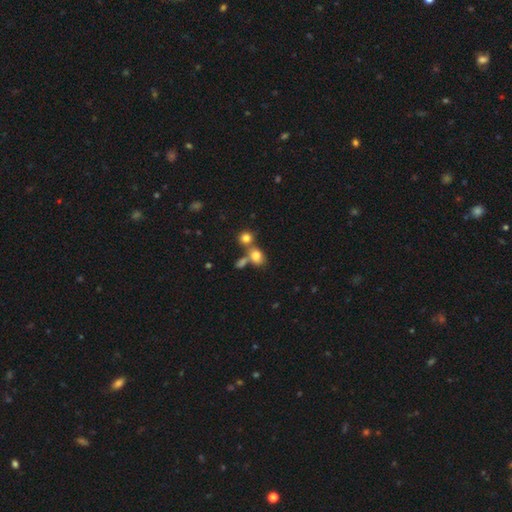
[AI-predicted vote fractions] Smooth or featured? smooth (78%)
How rounded? in between (59%)
Merging? none (42%)